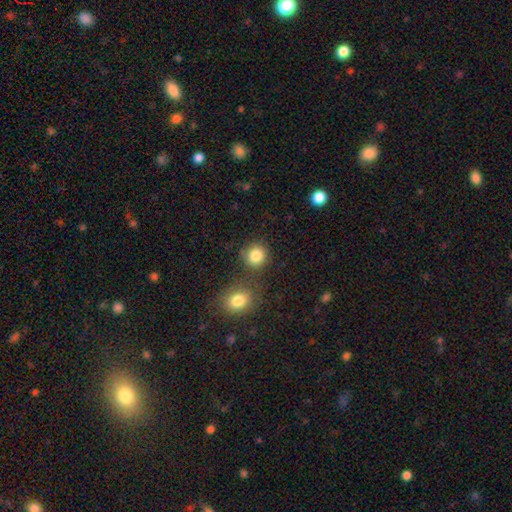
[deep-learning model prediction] A smooth galaxy with no disk features (84%) that is round (87%).

Vote fractions:
- Smooth or featured? smooth: 84% / star or artifact: 11% / featured or disk: 5%
- How rounded? round: 87% / in between: 12% / cigar-shaped: 1%
- Merging? none: 71% / merger: 17% / minor disturbance: 9% / major disturbance: 4%